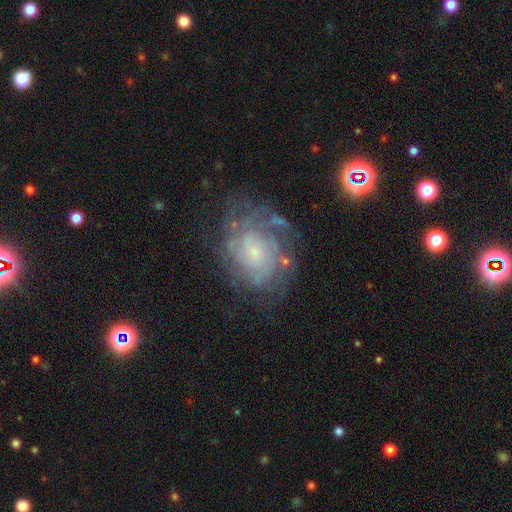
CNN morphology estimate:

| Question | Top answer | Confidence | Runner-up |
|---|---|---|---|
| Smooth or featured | featured or disk | 74% | smooth (15%) |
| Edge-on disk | no | 97% | yes (3%) |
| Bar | no | 72% | weak (24%) |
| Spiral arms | yes | 88% | no (12%) |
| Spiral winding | tight | 61% | medium (29%) |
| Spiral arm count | can't tell | 53% | 2 (12%) |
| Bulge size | small | 67% | moderate (20%) |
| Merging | none | 68% | minor disturbance (18%) |